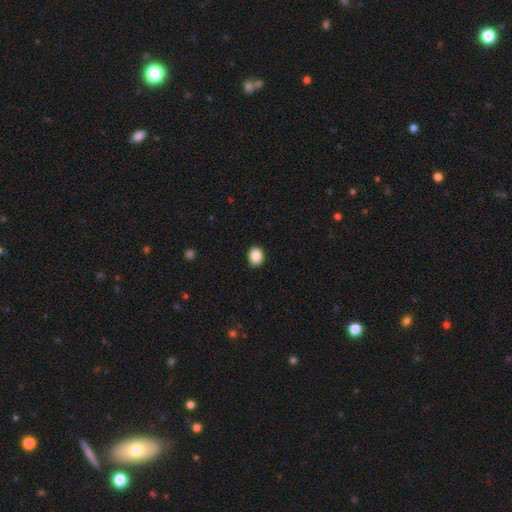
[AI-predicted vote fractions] Smooth or featured? Predicted: smooth (p=0.88). How rounded? Predicted: round (p=0.61). Merging? Predicted: none (p=0.89).